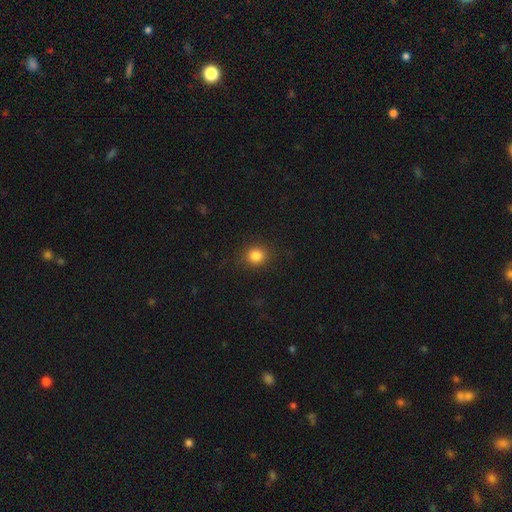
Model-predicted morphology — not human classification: A smooth galaxy with no disk features (84%) that is round (83%). Merging: none (87%).